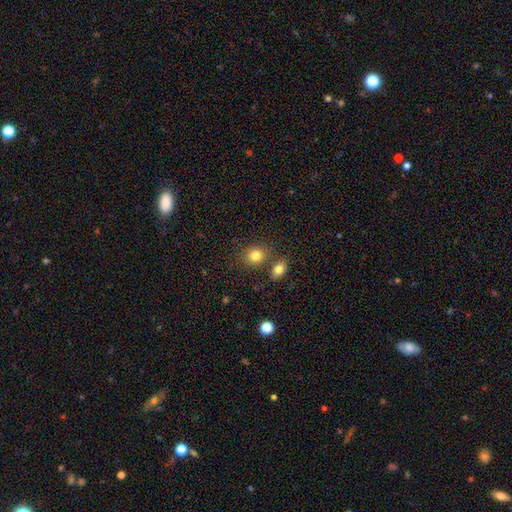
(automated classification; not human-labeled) Overall: smooth (81%). How rounded: round (68%; in between 31%). Merging: none (71%).